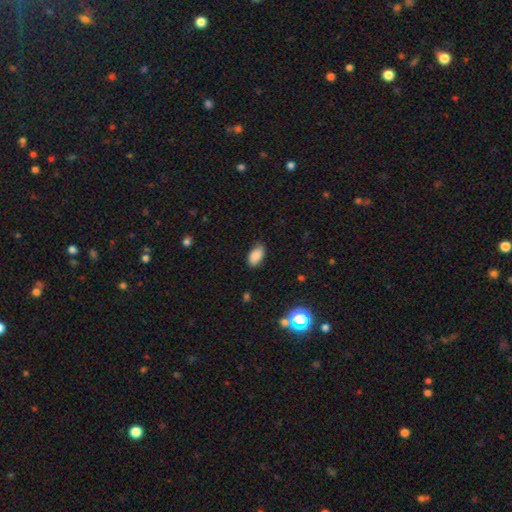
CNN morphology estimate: smooth-or-featured: smooth: 86% | star or artifact: 9% | featured or disk: 6%
  how-rounded: in between: 92% | round: 6% | cigar-shaped: 2%
  merging: none: 77% | minor disturbance: 19% | major disturbance: 3% | merger: 1%